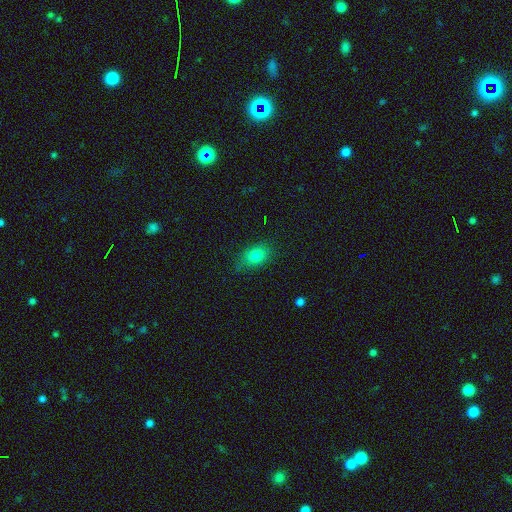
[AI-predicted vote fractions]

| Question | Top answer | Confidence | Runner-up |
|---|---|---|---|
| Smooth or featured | smooth | 80% | star or artifact (11%) |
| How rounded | in between | 75% | round (23%) |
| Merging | none | 79% | minor disturbance (16%) |